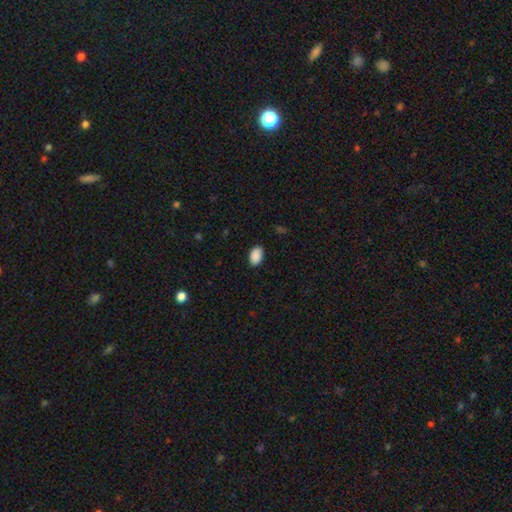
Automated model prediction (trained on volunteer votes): smooth_or_featured: smooth (p=0.90) [alt: star or artifact p=0.07]
how_rounded: in between (p=0.90) [alt: round p=0.09]
merging: none (p=0.86) [alt: minor disturbance p=0.11]